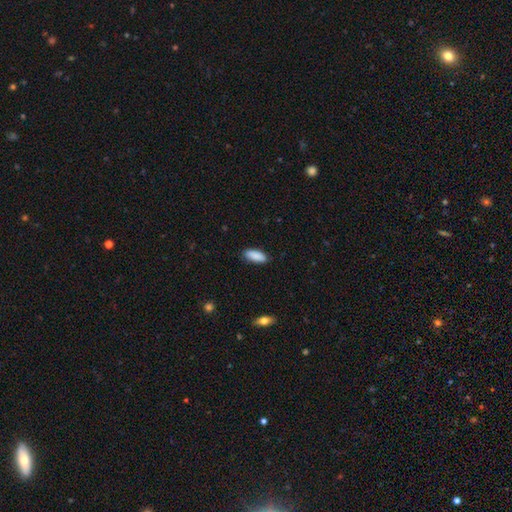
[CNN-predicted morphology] The model was most divided on "how rounded": in between: 81%, cigar-shaped: 18%, round: 2%. More confident: smooth or featured — smooth (90%); merging — none (87%).